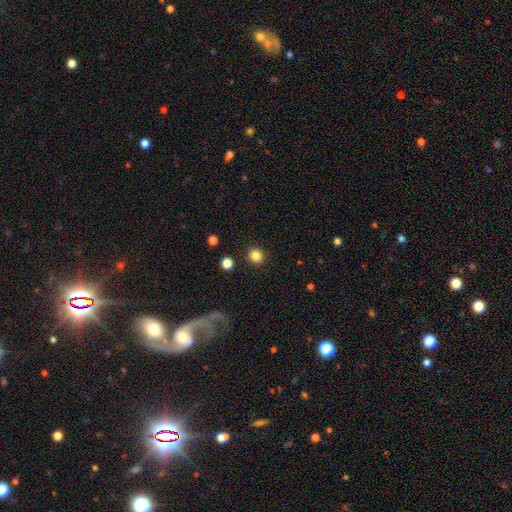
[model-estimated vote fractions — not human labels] smooth-or-featured: smooth: 83% | star or artifact: 12% | featured or disk: 5%
  how-rounded: round: 85% | in between: 14% | cigar-shaped: 1%
  merging: none: 90% | minor disturbance: 6% | major disturbance: 2% | merger: 2%